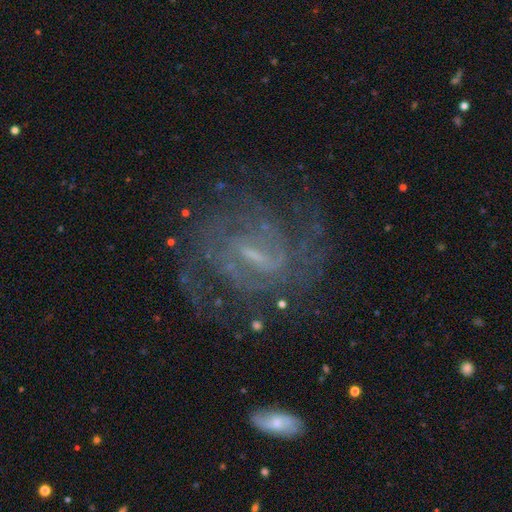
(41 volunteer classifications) Smooth or featured? featured or disk (98%)
Edge-on disk? no (100%)
Bar? weak (72%)
Spiral arms? yes (98%)
Spiral winding? tight (54%)
Spiral arm count? 2 (38%)
Bulge size? small (62%)
Merging? none (75%)